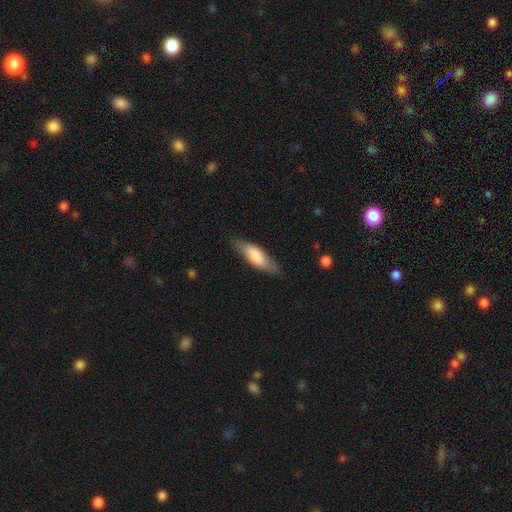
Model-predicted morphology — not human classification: Q: Smooth or featured?
A: smooth (74%); runner-up: featured or disk (20%)
Q: How rounded?
A: in between (54%); runner-up: cigar-shaped (44%)
Q: Merging?
A: none (78%); runner-up: minor disturbance (16%)